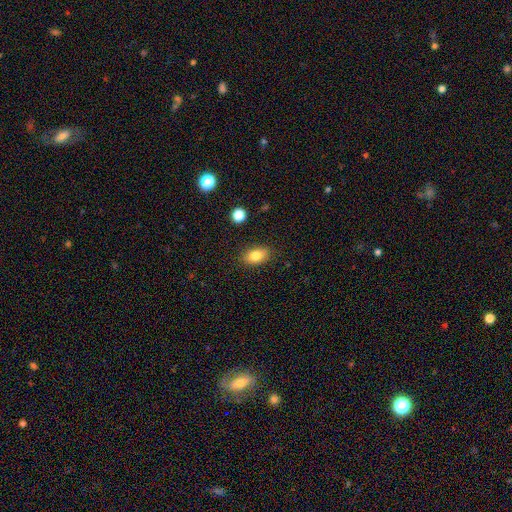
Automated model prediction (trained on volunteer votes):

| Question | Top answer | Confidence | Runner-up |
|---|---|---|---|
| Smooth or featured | smooth | 83% | featured or disk (9%) |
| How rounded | in between | 88% | round (9%) |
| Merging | none | 86% | minor disturbance (10%) |